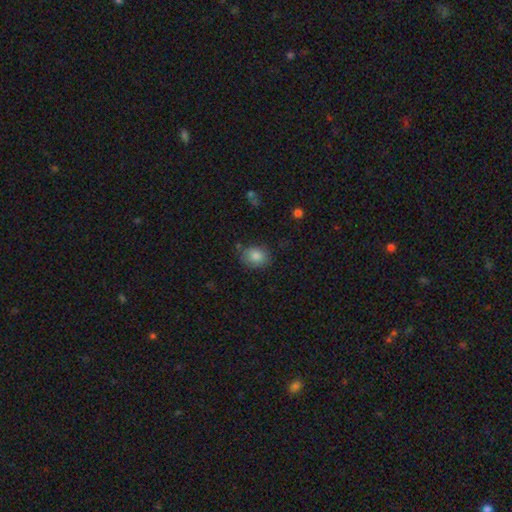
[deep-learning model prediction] The model was most divided on "how rounded": in between: 55%, round: 44%, cigar-shaped: 1%. More confident: smooth or featured — smooth (84%); merging — none (75%).